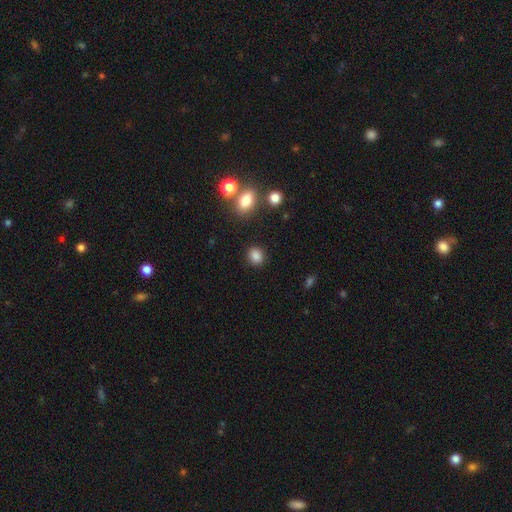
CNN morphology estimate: This is clearly a smooth galaxy (85%). How rounded: likely round (68%). Merging: clearly none (87%).